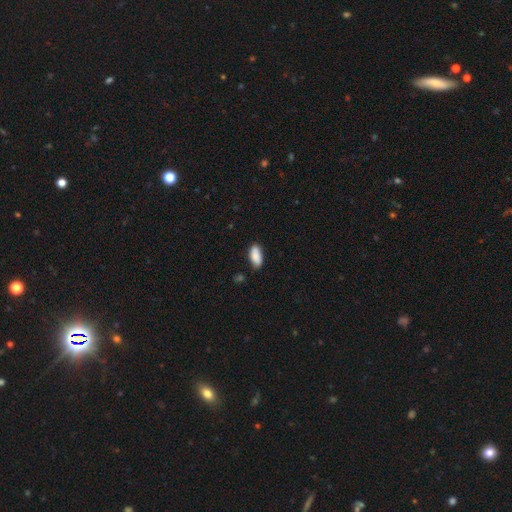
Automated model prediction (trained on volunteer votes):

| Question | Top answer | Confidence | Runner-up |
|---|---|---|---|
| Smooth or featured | smooth | 88% | star or artifact (6%) |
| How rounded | in between | 86% | cigar-shaped (12%) |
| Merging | none | 81% | minor disturbance (15%) |